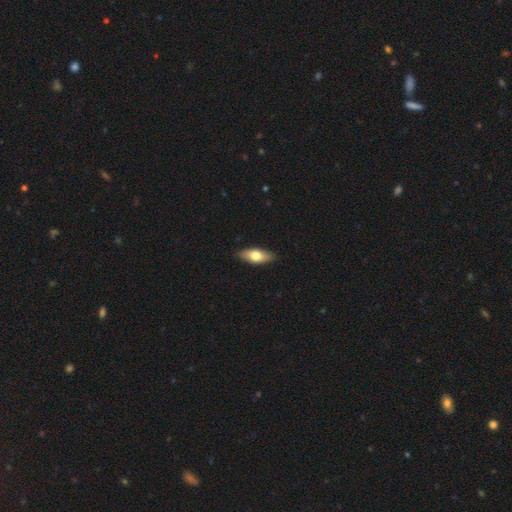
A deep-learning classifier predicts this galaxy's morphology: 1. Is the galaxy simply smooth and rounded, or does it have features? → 68% smooth, 26% featured or disk, 6% star or artifact.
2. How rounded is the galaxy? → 78% in between, 19% cigar-shaped, 3% round.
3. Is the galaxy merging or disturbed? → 87% none, 11% minor disturbance, 2% major disturbance, 1% merger.